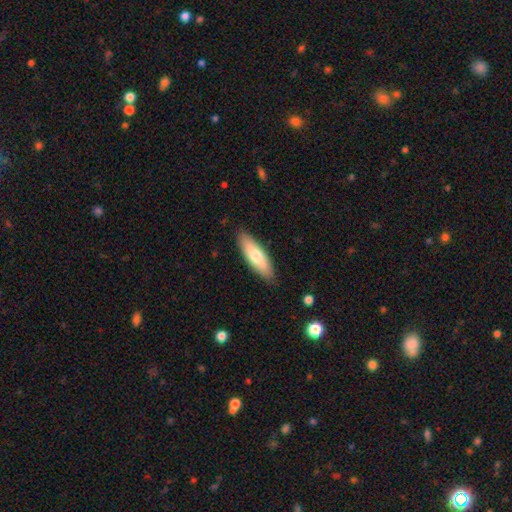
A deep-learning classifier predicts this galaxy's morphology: A smooth galaxy with no disk features (70%) that is in between round and cigar-shaped (51%). Merging: none (87%).